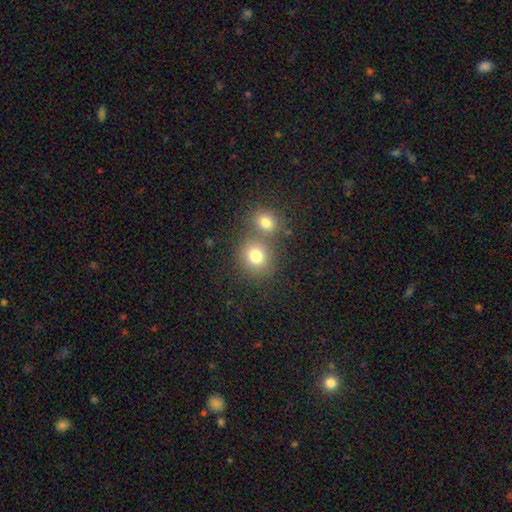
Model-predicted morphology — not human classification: The model was most divided on "merging": none: 53%, merger: 36%, minor disturbance: 8%, major disturbance: 3%. More confident: how rounded — round (81%); smooth or featured — smooth (78%).